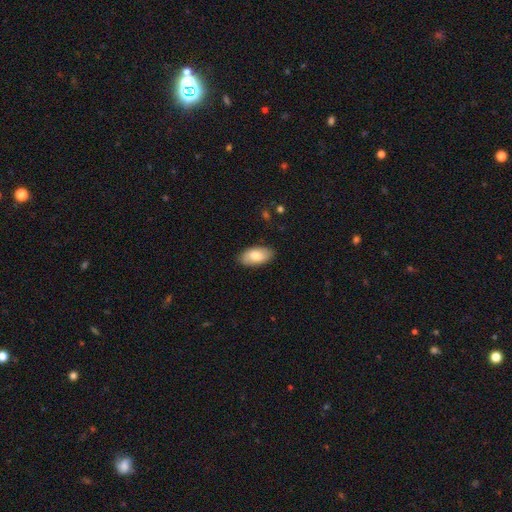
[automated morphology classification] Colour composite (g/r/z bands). It shows a smooth galaxy with no disk features (80%) that is in between round and cigar-shaped (94%). Merging: none (85%).